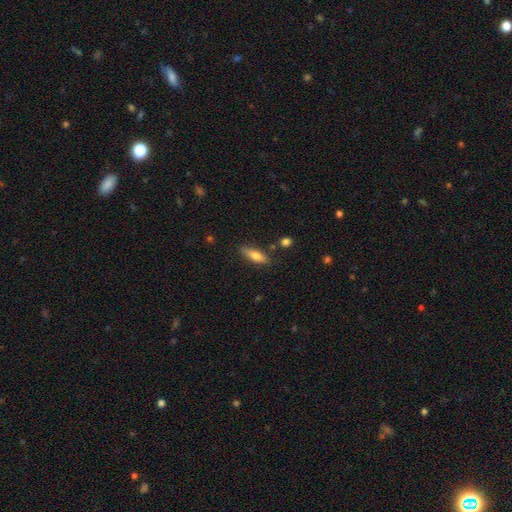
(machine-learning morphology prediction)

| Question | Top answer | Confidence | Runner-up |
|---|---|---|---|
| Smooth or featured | smooth | 67% | featured or disk (26%) |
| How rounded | in between | 50% | cigar-shaped (47%) |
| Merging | none | 81% | minor disturbance (13%) |